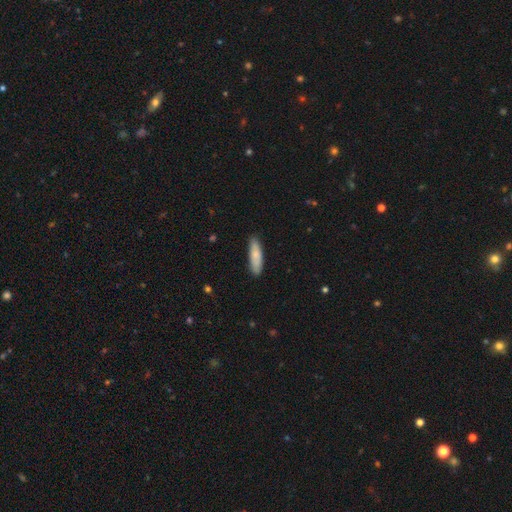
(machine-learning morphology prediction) A smooth galaxy with no disk features (82%) that is cigar-shaped (65%). Merging: none (87%).